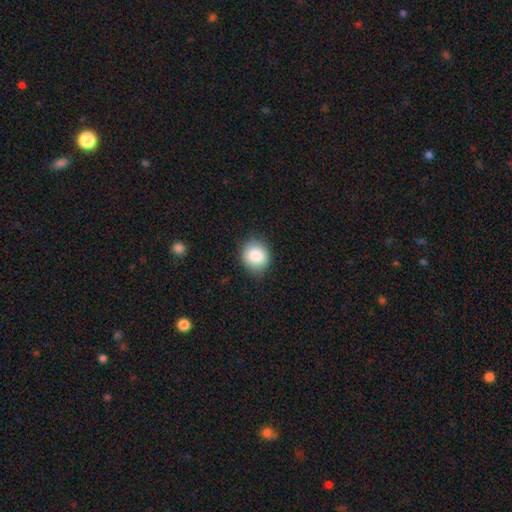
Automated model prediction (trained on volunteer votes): The model was most divided on "how rounded": round: 77%, in between: 22%, cigar-shaped: 1%. More confident: smooth or featured — smooth (86%); merging — none (82%).